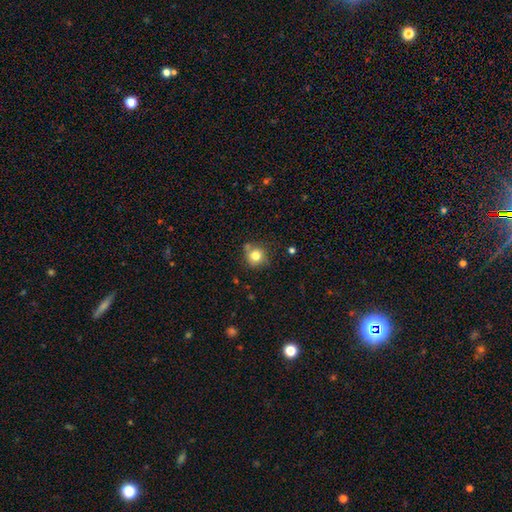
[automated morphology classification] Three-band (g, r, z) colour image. It shows a smooth galaxy with no disk features (79%) that is round (89%). Merging: none (72%).